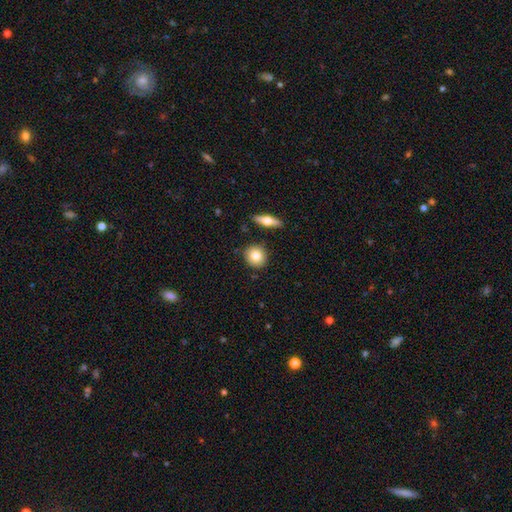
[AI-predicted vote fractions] Smooth or featured? smooth (79%)
How rounded? round (84%)
Merging? none (87%)